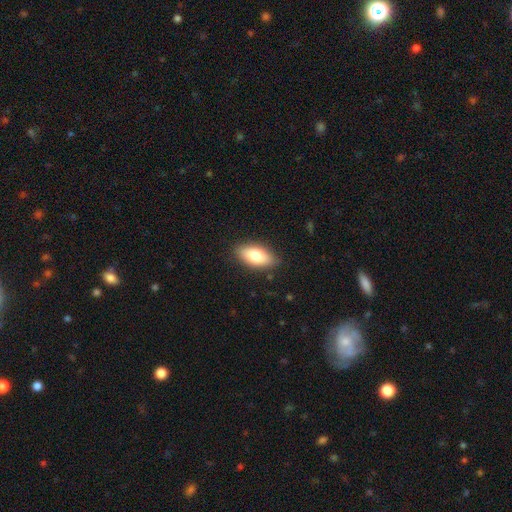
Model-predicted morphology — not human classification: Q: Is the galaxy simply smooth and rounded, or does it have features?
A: smooth — 80%.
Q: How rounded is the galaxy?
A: in between — 88%.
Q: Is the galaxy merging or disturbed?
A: none — 85%.